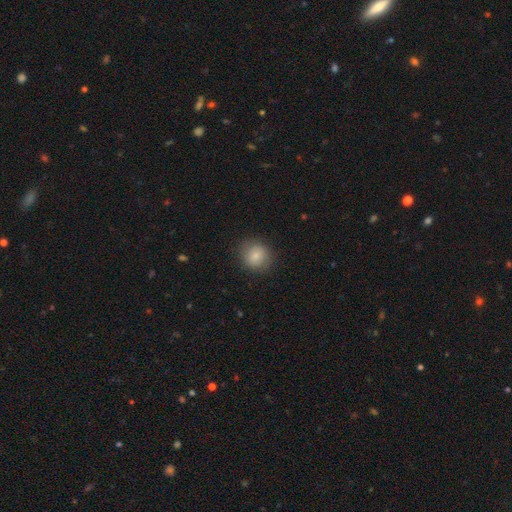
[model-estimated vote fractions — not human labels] This is clearly a smooth galaxy (83%). How rounded: clearly round (86%). Merging: clearly none (86%).